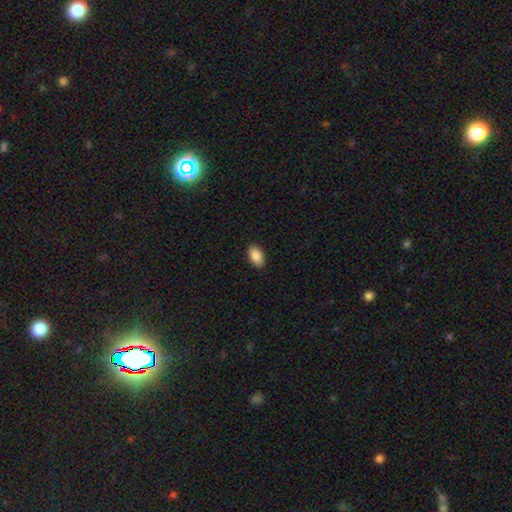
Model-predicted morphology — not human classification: This is clearly a smooth galaxy (89%). How rounded: clearly in between (93%). Merging: clearly none (89%).